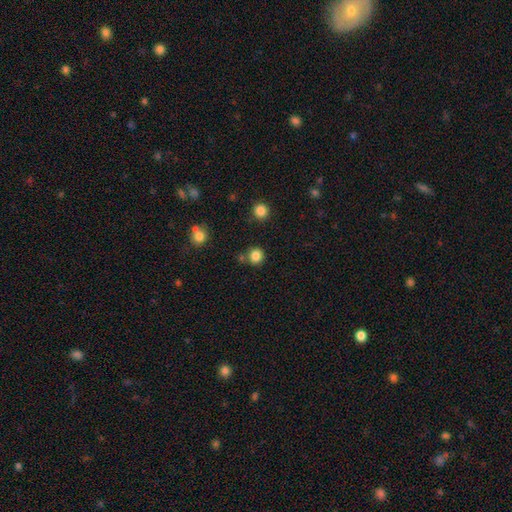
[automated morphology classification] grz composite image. It shows a smooth galaxy with no disk features (83%) that is round (89%). Merging: none (77%).